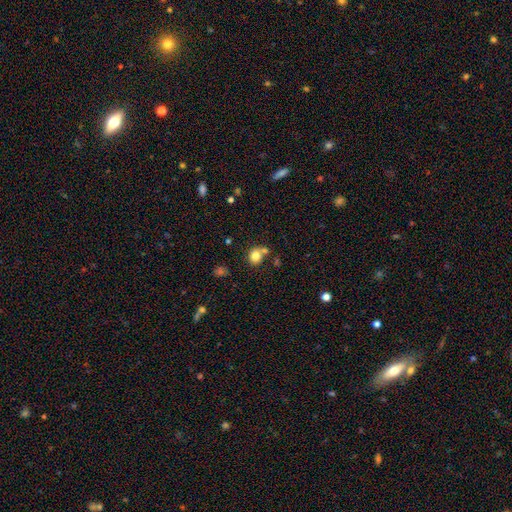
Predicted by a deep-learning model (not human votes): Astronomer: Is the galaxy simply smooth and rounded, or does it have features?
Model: smooth — 80%.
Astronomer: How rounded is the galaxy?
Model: round — 77%.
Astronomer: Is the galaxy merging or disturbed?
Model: none — 60%.